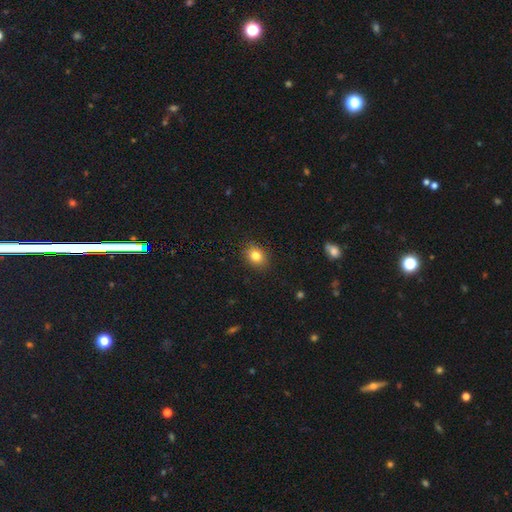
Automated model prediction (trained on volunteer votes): A smooth galaxy with no disk features (83%) that is round (52%).

Vote fractions:
- Smooth or featured? smooth: 83% / star or artifact: 11% / featured or disk: 7%
- How rounded? round: 52% / in between: 47% / cigar-shaped: 1%
- Merging? none: 88% / minor disturbance: 9% / major disturbance: 2% / merger: 1%